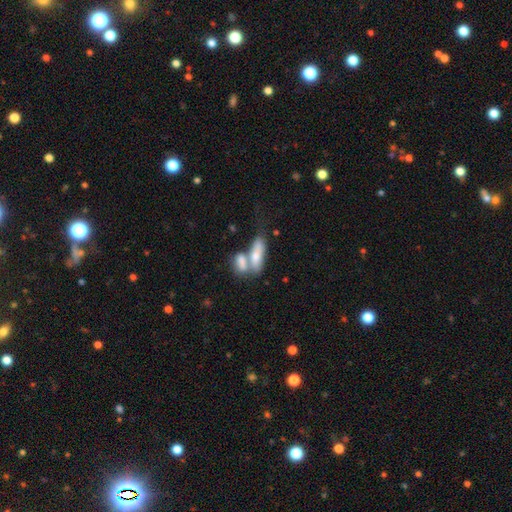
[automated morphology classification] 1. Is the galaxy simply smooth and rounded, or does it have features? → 69% smooth, 24% featured or disk, 6% star or artifact.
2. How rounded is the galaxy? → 68% in between, 28% cigar-shaped, 4% round.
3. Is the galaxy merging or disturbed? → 58% merger, 27% none, 9% minor disturbance, 5% major disturbance.